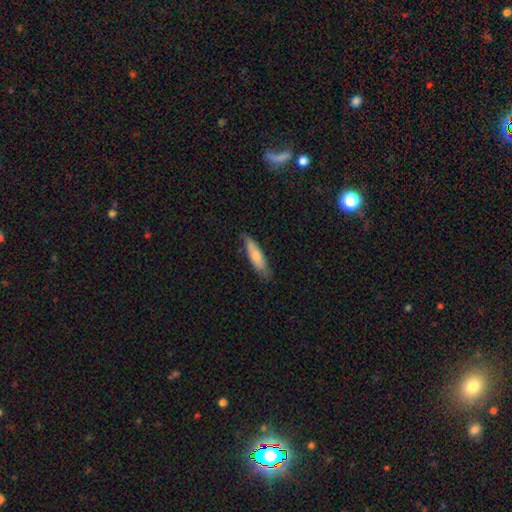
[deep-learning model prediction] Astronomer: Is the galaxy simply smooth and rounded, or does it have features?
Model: smooth — 71%.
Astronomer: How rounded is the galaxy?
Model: cigar-shaped — 64%.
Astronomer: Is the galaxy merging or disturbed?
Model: none — 70%.